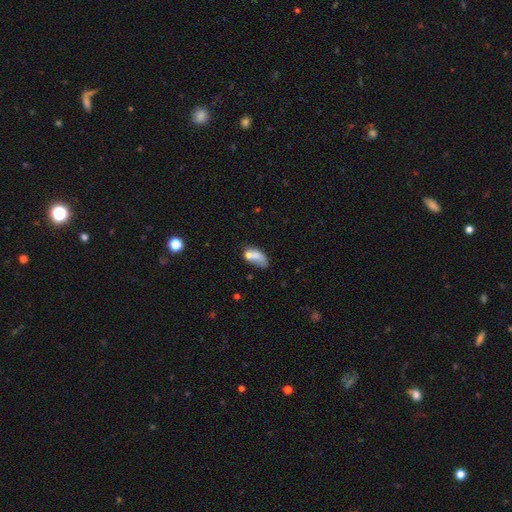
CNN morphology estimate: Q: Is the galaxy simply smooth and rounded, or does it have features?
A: smooth — 69%.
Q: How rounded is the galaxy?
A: in between — 86%.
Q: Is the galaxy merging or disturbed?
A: none — 30%.